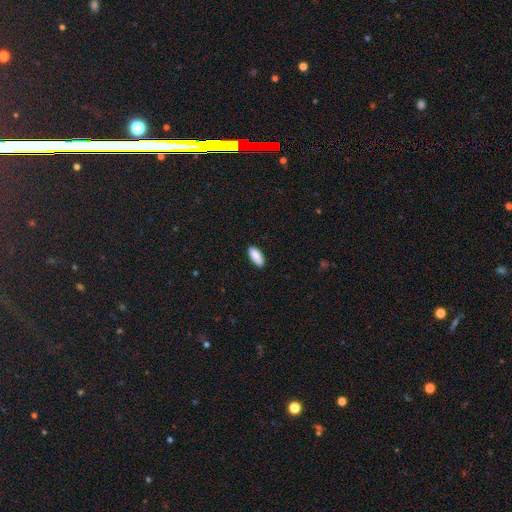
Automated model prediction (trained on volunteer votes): Smooth or featured?
  - smooth: 89% *
  - star or artifact: 6%
  - featured or disk: 5%
How rounded?
  - in between: 85% *
  - cigar-shaped: 13%
  - round: 2%
Merging?
  - none: 88% *
  - minor disturbance: 9%
  - major disturbance: 2%
  - merger: 1%